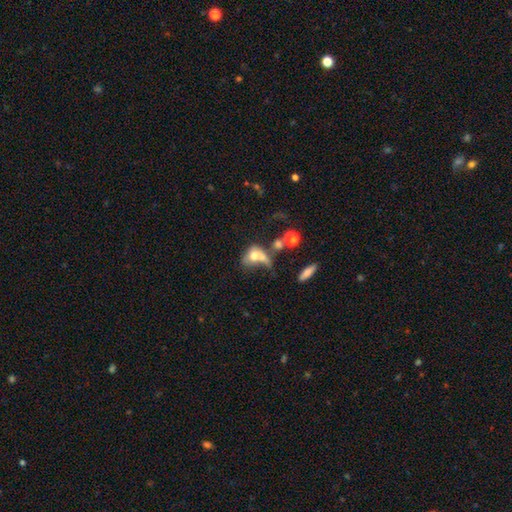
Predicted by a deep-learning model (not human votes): The model was most divided on "merging": merger: 35%, major disturbance: 33%, none: 19%, minor disturbance: 13%. More confident: how rounded — in between (64%); smooth or featured — smooth (60%).